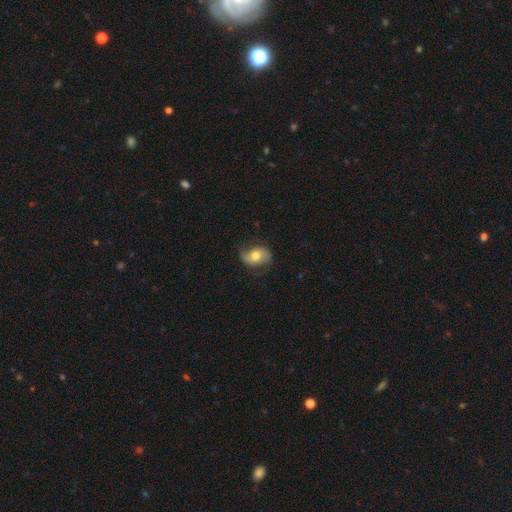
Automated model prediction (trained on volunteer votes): The model was most divided on "smooth or featured": featured or disk: 47%, smooth: 45%, star or artifact: 8%. More confident: merging — none (69%).